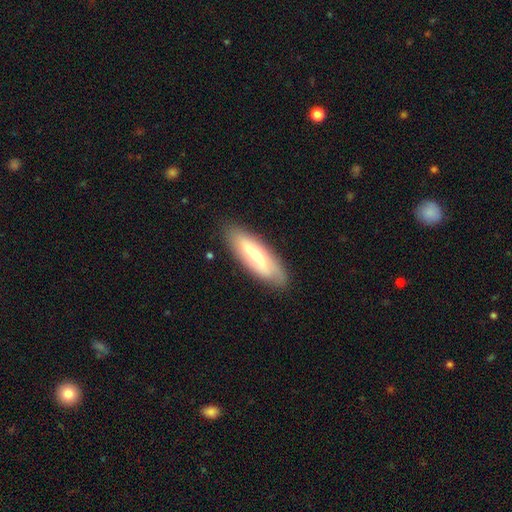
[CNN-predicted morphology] Q: Smooth or featured?
A: smooth (49%); runner-up: featured or disk (45%)
Q: Merging?
A: none (83%); runner-up: minor disturbance (12%)